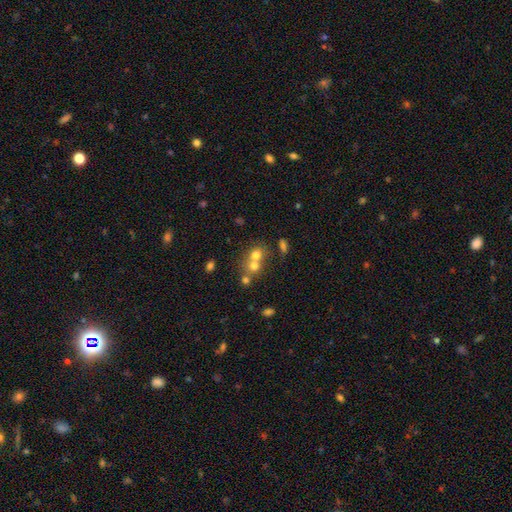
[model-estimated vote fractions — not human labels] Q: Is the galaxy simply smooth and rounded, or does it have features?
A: smooth — 66%.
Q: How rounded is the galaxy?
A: round — 73%.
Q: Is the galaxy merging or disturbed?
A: merger — 59%.